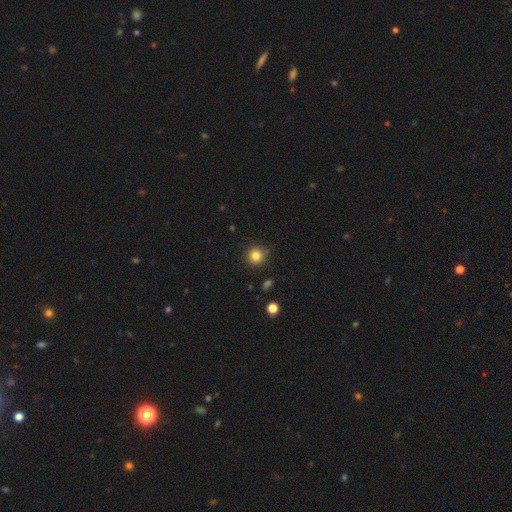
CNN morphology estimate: This is clearly a smooth galaxy (83%). How rounded: clearly round (94%). Merging: clearly none (86%).